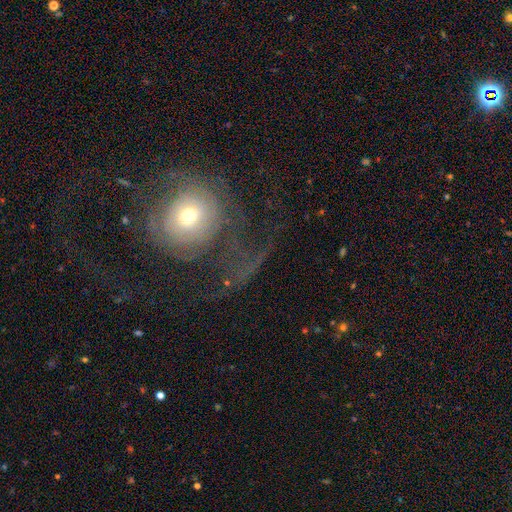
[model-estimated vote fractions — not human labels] smooth-or-featured: featured or disk: 47% | smooth: 36% | star or artifact: 18%
  merging: major disturbance: 44% | none: 39% | minor disturbance: 12% | merger: 4%